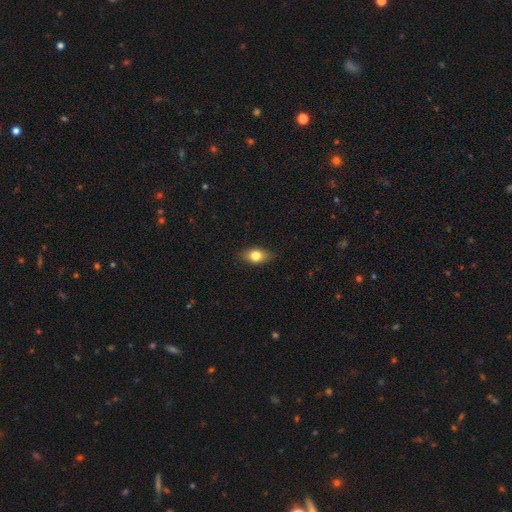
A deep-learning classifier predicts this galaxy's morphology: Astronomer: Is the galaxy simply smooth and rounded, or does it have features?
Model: smooth — 77%.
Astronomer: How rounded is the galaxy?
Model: in between — 79%.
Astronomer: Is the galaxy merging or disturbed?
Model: none — 83%.